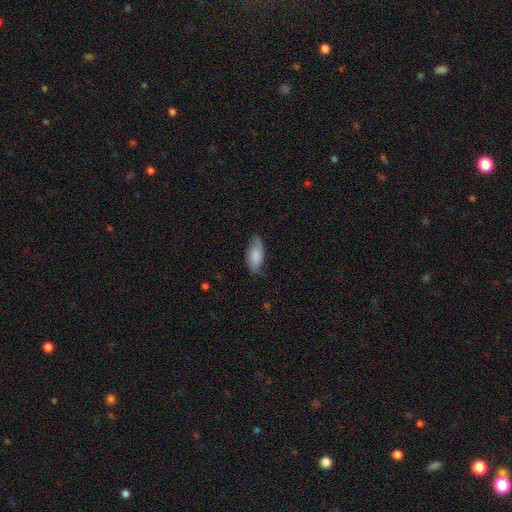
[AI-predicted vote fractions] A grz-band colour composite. It shows a smooth galaxy with no disk features (73%) that is in between round and cigar-shaped (88%). Merging: none (68%).